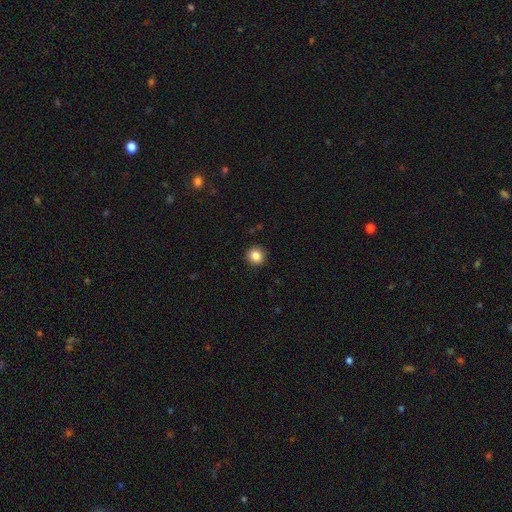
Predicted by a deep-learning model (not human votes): Morphology: type=smooth (86%); roundness=round (90%); merging=none (91%).